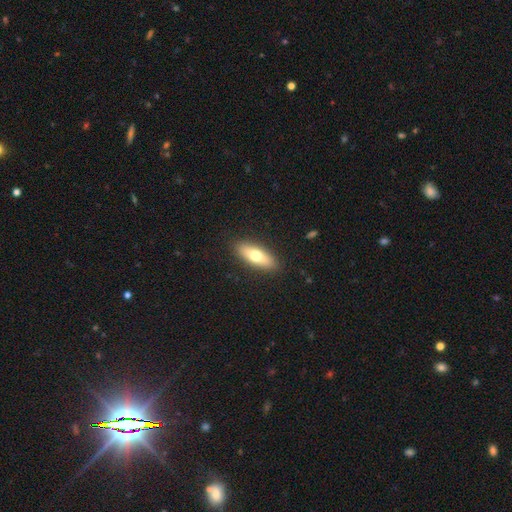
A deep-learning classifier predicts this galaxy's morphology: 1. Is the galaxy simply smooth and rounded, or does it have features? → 66% smooth, 27% featured or disk, 6% star or artifact.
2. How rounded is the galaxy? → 64% in between, 33% cigar-shaped, 3% round.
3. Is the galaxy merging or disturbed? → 89% none, 8% minor disturbance, 2% major disturbance, 1% merger.